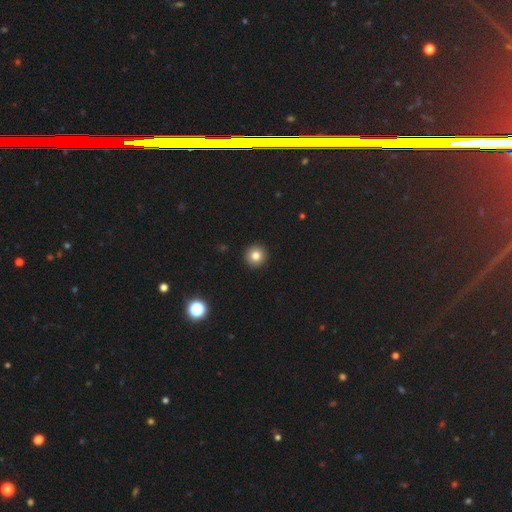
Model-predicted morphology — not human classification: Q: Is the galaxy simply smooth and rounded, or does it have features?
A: smooth — 81%.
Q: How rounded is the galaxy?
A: round — 96%.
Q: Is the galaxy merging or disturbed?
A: none — 93%.